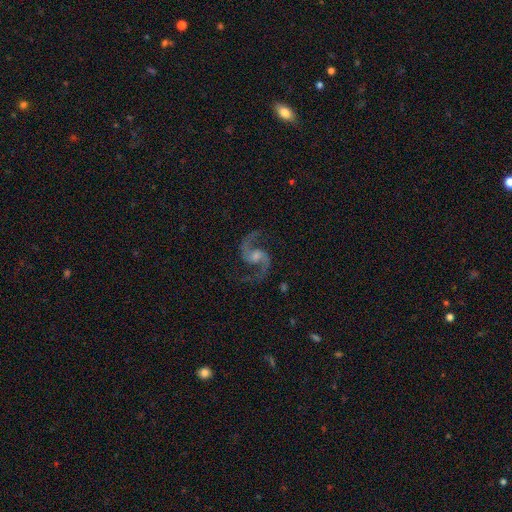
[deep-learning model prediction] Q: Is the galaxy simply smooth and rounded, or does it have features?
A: featured or disk — 93%.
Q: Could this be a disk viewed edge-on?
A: no — 98%.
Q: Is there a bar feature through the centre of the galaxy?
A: weak — 46%.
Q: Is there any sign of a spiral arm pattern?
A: yes — 98%.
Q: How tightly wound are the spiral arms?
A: medium — 56%.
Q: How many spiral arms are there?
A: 2 — 94%.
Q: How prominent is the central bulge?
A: moderate — 45%.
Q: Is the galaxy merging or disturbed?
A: none — 82%.